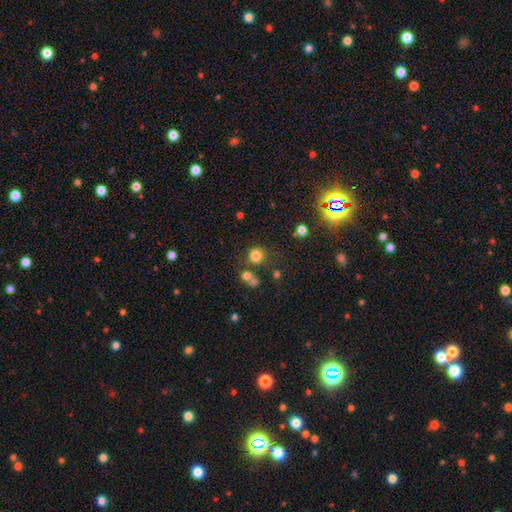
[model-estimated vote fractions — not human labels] smooth-or-featured: smooth: 76% | star or artifact: 17% | featured or disk: 7%
  how-rounded: round: 90% | in between: 9% | cigar-shaped: 1%
  merging: none: 71% | merger: 15% | minor disturbance: 10% | major disturbance: 5%